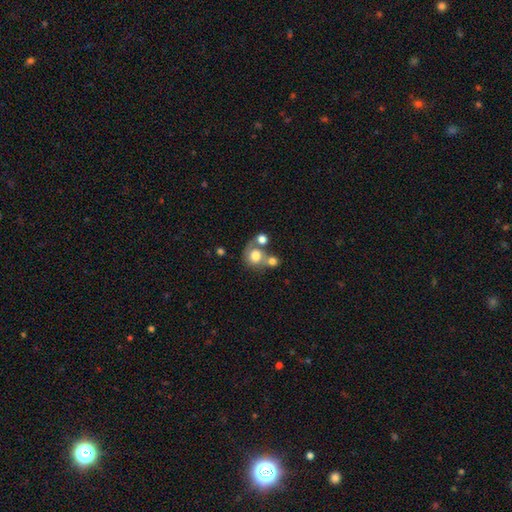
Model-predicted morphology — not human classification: Smooth or featured?
  - smooth: 68% *
  - featured or disk: 22%
  - star or artifact: 10%
How rounded?
  - round: 74% *
  - in between: 25%
  - cigar-shaped: 1%
Merging?
  - merger: 45% *
  - none: 33%
  - minor disturbance: 12%
  - major disturbance: 11%